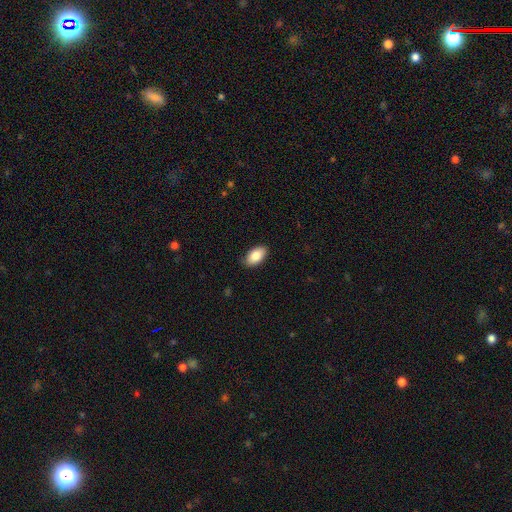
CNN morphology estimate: Q: Smooth or featured?
A: smooth (85%); runner-up: featured or disk (8%)
Q: How rounded?
A: in between (94%); runner-up: round (4%)
Q: Merging?
A: none (87%); runner-up: minor disturbance (10%)